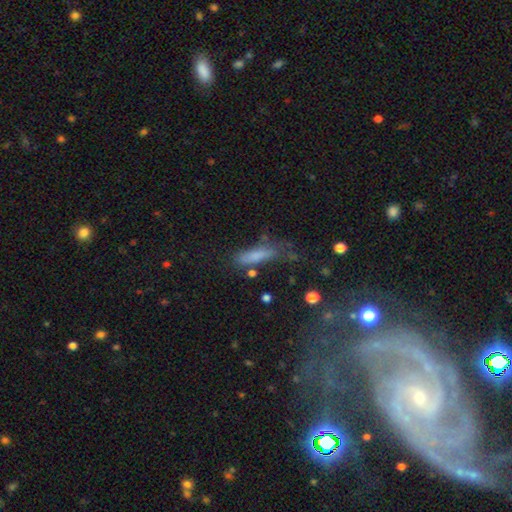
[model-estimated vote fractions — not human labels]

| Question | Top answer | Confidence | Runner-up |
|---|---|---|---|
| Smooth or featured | smooth | 73% | featured or disk (17%) |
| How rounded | cigar-shaped | 66% | in between (31%) |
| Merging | none | 53% | minor disturbance (26%) |